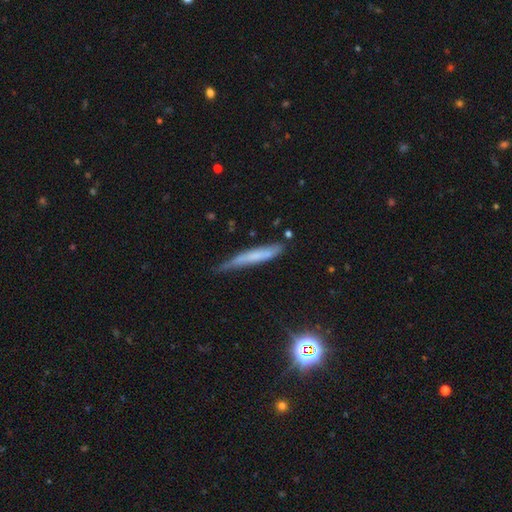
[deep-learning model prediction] Smooth or featured?
  - smooth: 58% *
  - featured or disk: 33%
  - star or artifact: 9%
How rounded?
  - cigar-shaped: 92% *
  - in between: 6%
  - round: 2%
Merging?
  - none: 52% *
  - minor disturbance: 36%
  - major disturbance: 9%
  - merger: 3%